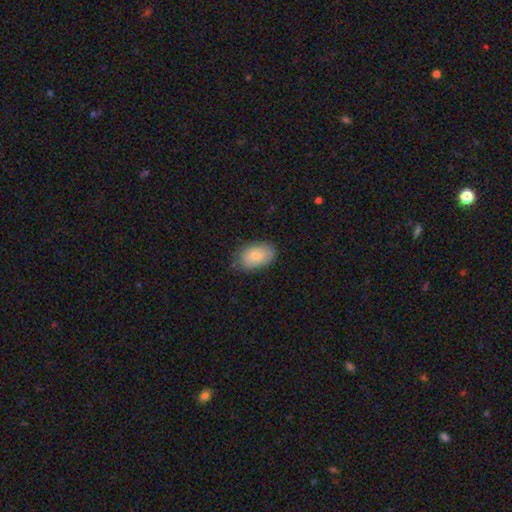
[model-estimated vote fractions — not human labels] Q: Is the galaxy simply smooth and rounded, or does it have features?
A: smooth — 76%.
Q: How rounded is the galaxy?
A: in between — 90%.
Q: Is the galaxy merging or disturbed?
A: none — 78%.